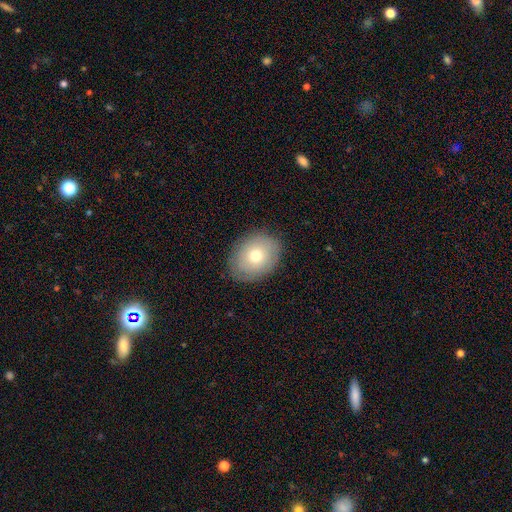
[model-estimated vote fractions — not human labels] A smooth galaxy with no disk features (71%) that is in between round and cigar-shaped (62%). Merging: none (84%).